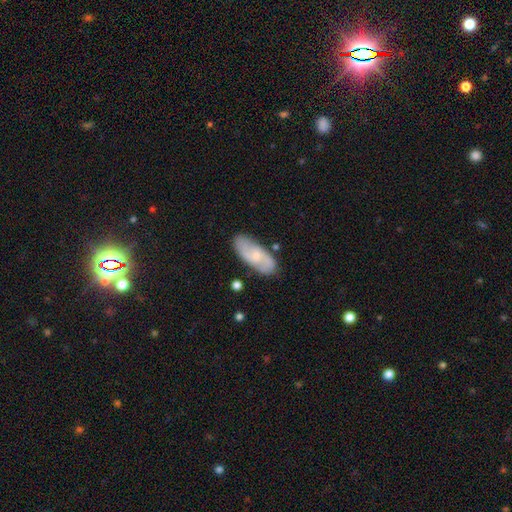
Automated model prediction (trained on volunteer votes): smooth_or_featured: featured or disk (p=0.58) [alt: smooth p=0.36]
disk_edge_on: no (p=0.92) [alt: yes p=0.08]
bar: no (p=0.57) [alt: weak p=0.37]
has_spiral_arms: yes (p=0.87) [alt: no p=0.13]
bulge_size: small (p=0.61) [alt: moderate p=0.29]
merging: none (p=0.81) [alt: minor disturbance p=0.14]